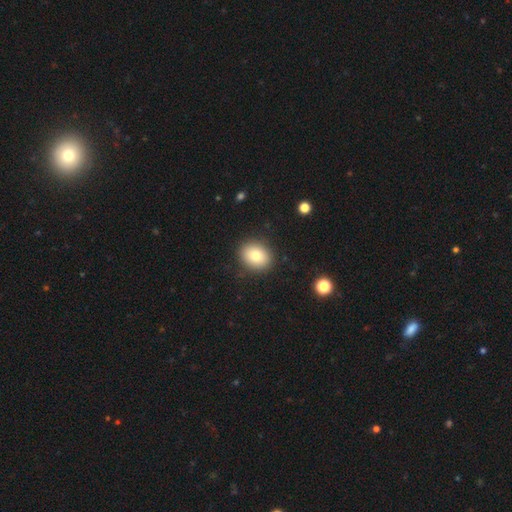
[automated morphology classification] This appears to be a smooth galaxy with no disk features (80%) that is round (52%). Merging: none (89%).